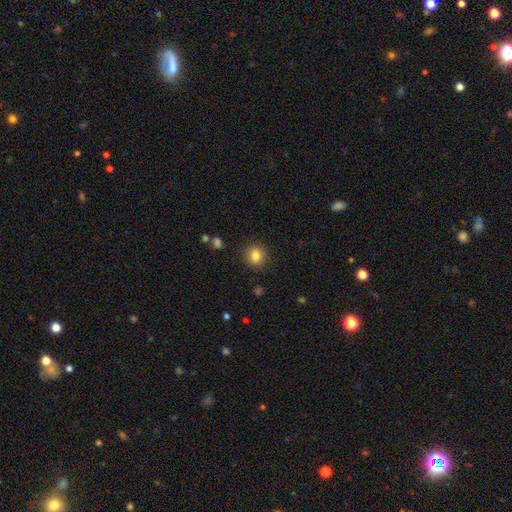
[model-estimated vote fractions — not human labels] Overall: smooth (83%). How rounded: round (87%). Merging: none (89%).